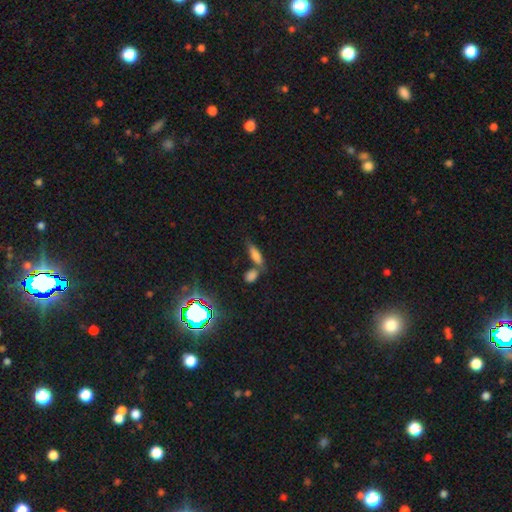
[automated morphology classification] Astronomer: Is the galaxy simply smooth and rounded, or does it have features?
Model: smooth — 73%.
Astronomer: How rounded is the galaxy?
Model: in between — 50% (runner-up: cigar-shaped, 46%).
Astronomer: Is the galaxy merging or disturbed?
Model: none — 49% (runner-up: merger, 31%).